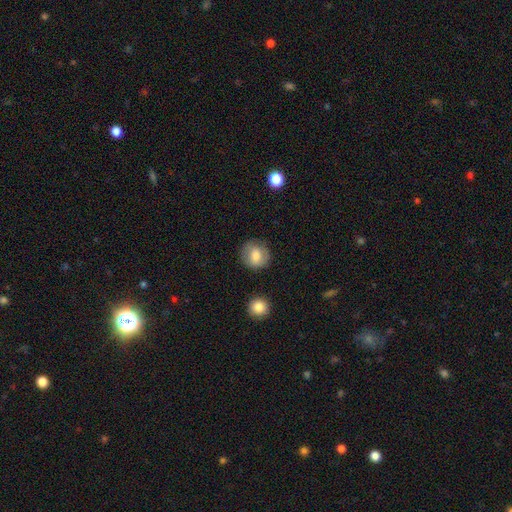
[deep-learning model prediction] smooth 74%, featured or disk 18%, star or artifact 8%. Down the decision tree: how rounded — round (86%); merging — none (81%).